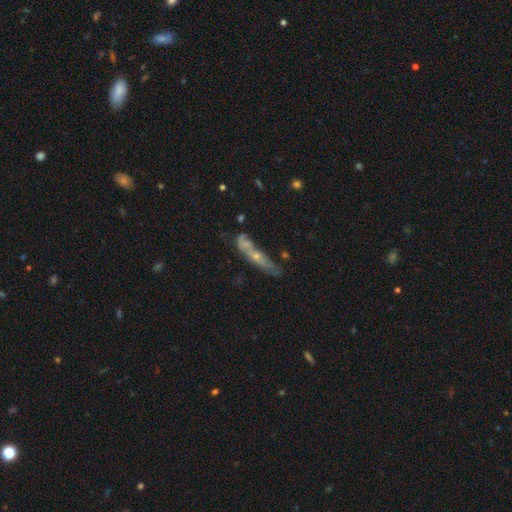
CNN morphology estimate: The model was most divided on "smooth or featured": featured or disk: 53%, smooth: 36%, star or artifact: 11%. More confident: edge-on disk — yes (62%); merging — none (53%).